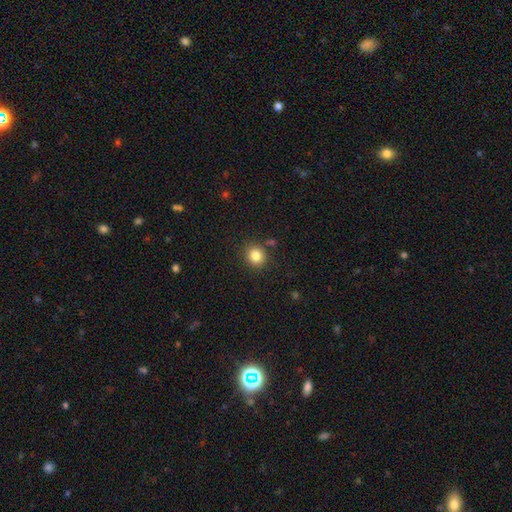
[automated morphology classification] This appears to be a smooth galaxy with no disk features (83%) that is round (87%). Merging: none (86%).